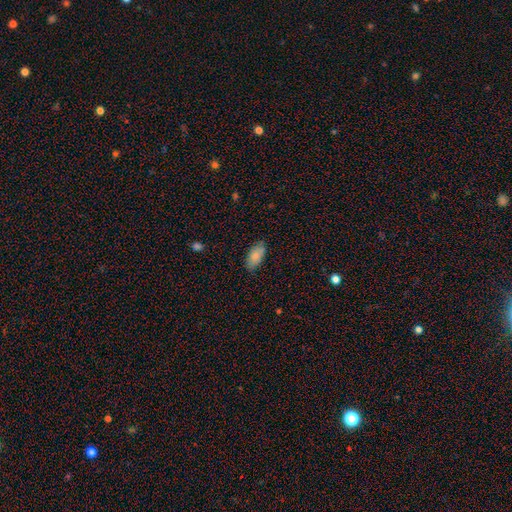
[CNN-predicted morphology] This appears to be a smooth galaxy with no disk features (85%) that is in between round and cigar-shaped (93%). Merging: none (82%).